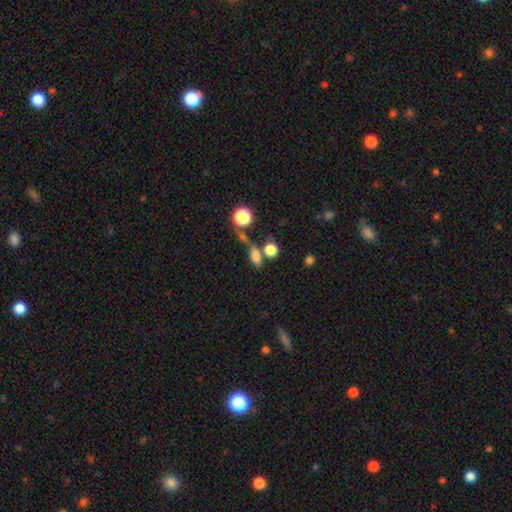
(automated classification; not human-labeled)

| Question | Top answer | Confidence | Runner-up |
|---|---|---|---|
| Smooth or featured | smooth | 74% | star or artifact (15%) |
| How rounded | in between | 59% | round (27%) |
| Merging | none | 46% | merger (29%) |